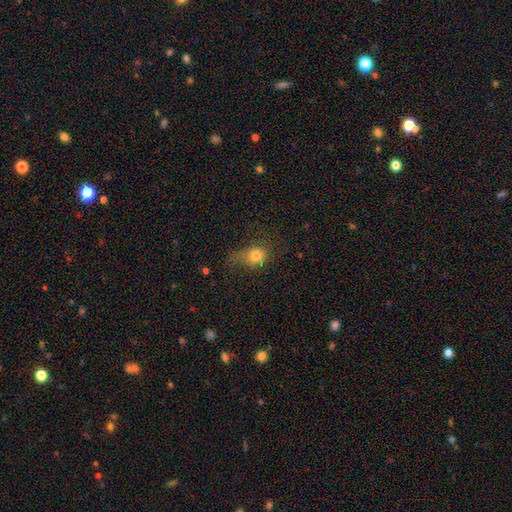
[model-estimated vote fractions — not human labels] This is likely a smooth galaxy (75%). How rounded: possibly round (58%). Merging: marginally none (37%).